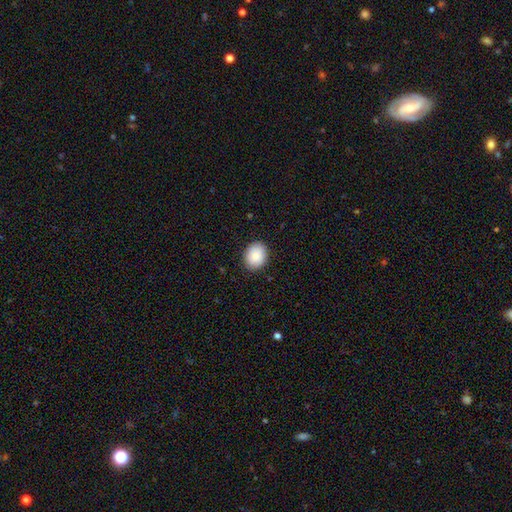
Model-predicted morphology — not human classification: Overall: smooth (89%). How rounded: in between (53%; round 46%). Merging: none (88%).